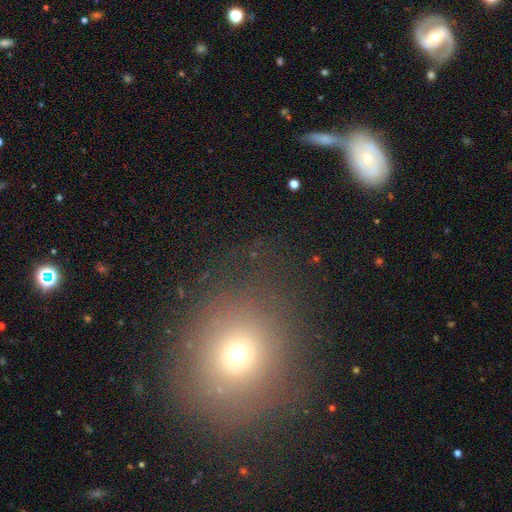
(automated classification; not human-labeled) Morphology: type=smooth (53%); roundness=round (70%); merging=none (73%).